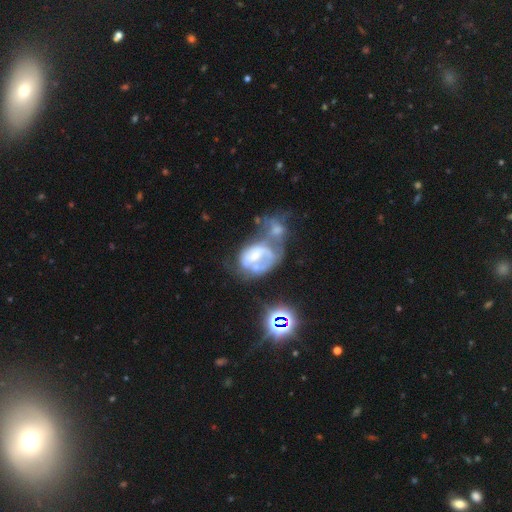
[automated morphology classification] smooth-or-featured: featured or disk: 65% | smooth: 24% | star or artifact: 11%
  disk-edge-on: no: 97% | yes: 3%
    bar: no: 56% | weak: 32% | strong: 12%
    has-spiral-arms: yes: 52% | no: 48%
    bulge-size: small: 39% | moderate: 29% | none: 25% | large: 5% | dominant: 2%
  merging: merger: 48% | major disturbance: 25% | none: 15% | minor disturbance: 12%